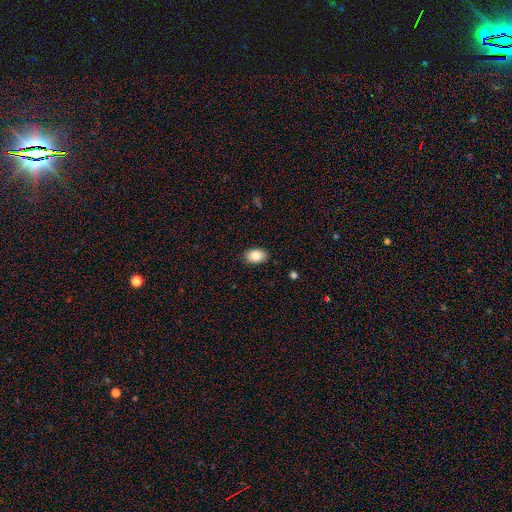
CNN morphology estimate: A smooth galaxy with no disk features (86%) that is in between round and cigar-shaped (86%).

Vote fractions:
- Smooth or featured? smooth: 86% / star or artifact: 7% / featured or disk: 7%
- How rounded? in between: 86% / round: 13% / cigar-shaped: 1%
- Merging? none: 87% / minor disturbance: 10% / major disturbance: 2% / merger: 1%